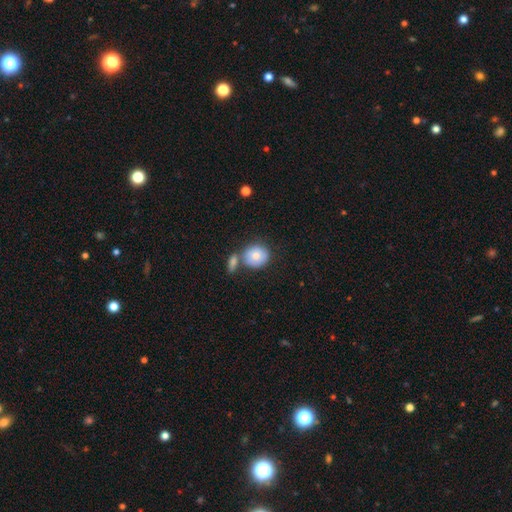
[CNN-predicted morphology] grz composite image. It shows a smooth galaxy with no disk features (78%) that is round (81%). Merging: none (53%).